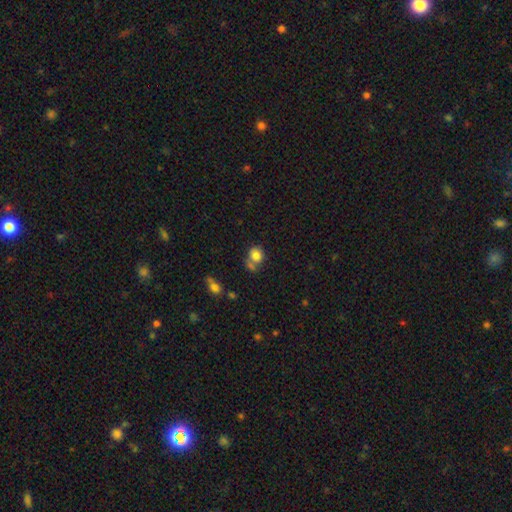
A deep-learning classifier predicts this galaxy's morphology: This appears to be a smooth galaxy with no disk features (81%) that is round (68%). Merging: none (48%).